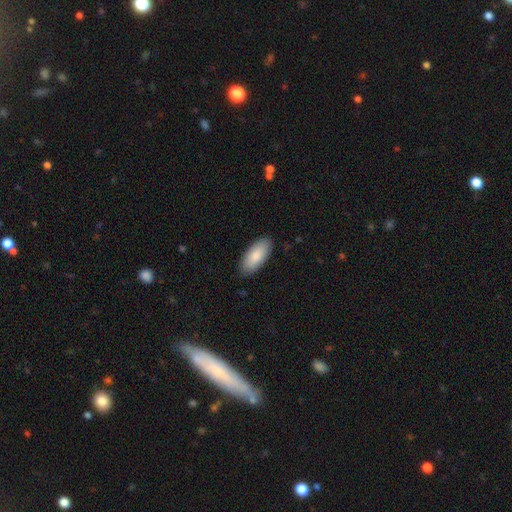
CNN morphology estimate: The model was most divided on "smooth or featured": smooth: 86%, featured or disk: 9%, star or artifact: 5%. More confident: how rounded — in between (88%); merging — none (88%).